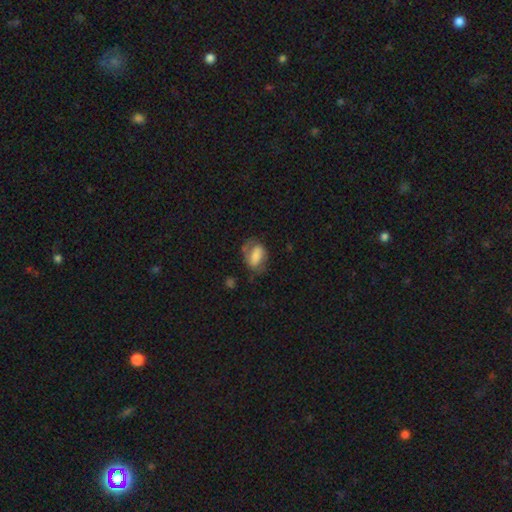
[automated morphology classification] Q: Smooth or featured?
A: smooth (50%); runner-up: featured or disk (43%)
Q: Merging?
A: none (52%); runner-up: minor disturbance (26%)